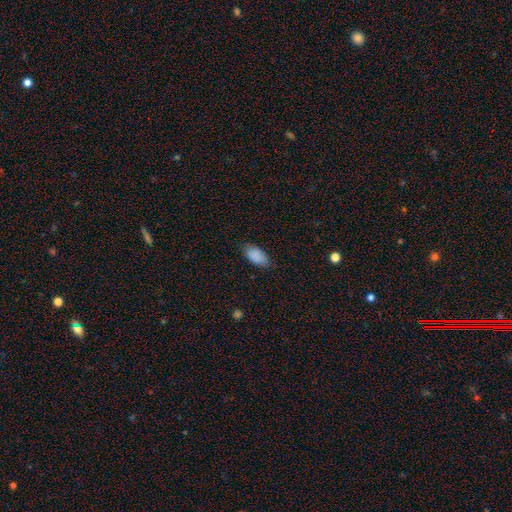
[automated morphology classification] Overall: smooth (88%). How rounded: in between (93%). Merging: none (79%).